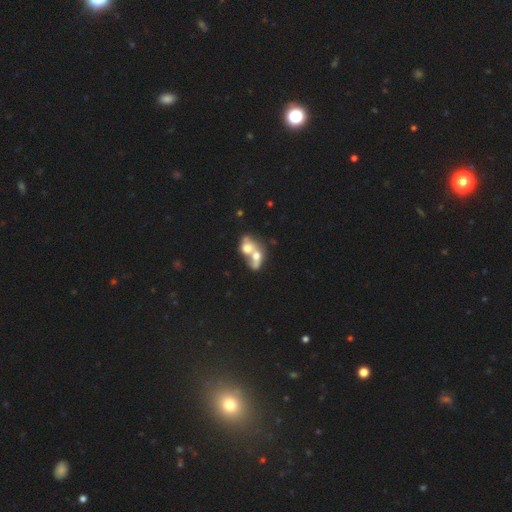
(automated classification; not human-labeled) A smooth galaxy with no disk features (50%) that is in between round and cigar-shaped (58%).

Vote fractions:
- Smooth or featured? smooth: 50% / featured or disk: 39% / star or artifact: 10%
- How rounded? in between: 58% / round: 39% / cigar-shaped: 2%
- Merging? merger: 81% / none: 10% / major disturbance: 5% / minor disturbance: 4%